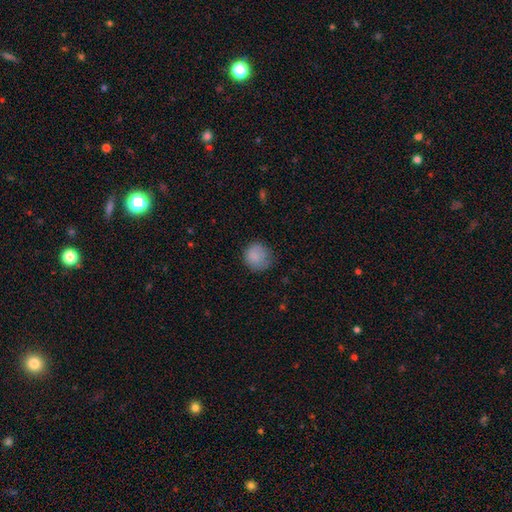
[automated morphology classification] The model was most divided on "merging": none: 75%, minor disturbance: 19%, major disturbance: 5%, merger: 1%. More confident: how rounded — round (90%); smooth or featured — smooth (86%).